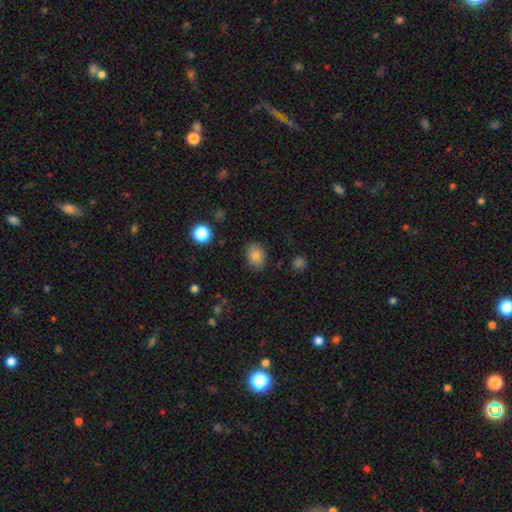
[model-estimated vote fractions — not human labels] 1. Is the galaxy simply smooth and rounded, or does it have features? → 83% smooth, 10% star or artifact, 8% featured or disk.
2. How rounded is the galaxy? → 66% in between, 33% round, 1% cigar-shaped.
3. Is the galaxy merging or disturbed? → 84% none, 12% minor disturbance, 3% major disturbance, 1% merger.